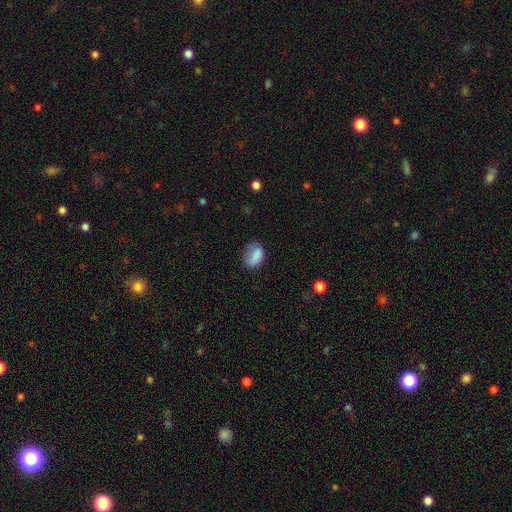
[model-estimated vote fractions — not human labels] smooth 82%, star or artifact 9%, featured or disk 9%. Down the decision tree: how rounded — in between (82%); merging — none (56%).